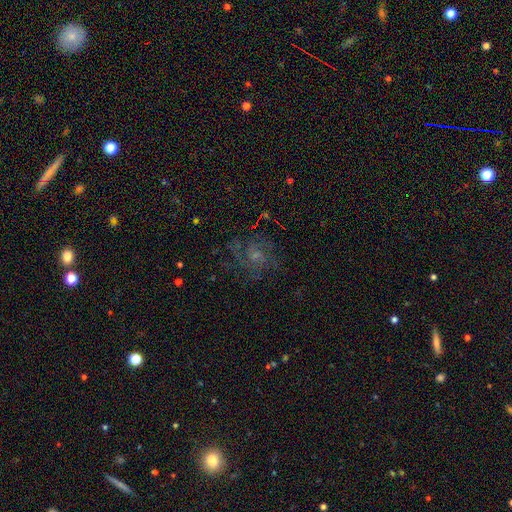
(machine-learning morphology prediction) This is likely a featured or disk galaxy (67%). It is clearly not viewed edge-on (98%). Bar: likely no (66%). Spiral arm pattern: clearly yes (89%). Spiral arm count: marginally can't tell (32%). Spiral winding: possibly medium (48%). Central bulge: possibly small (60%). Merging: likely none (68%).